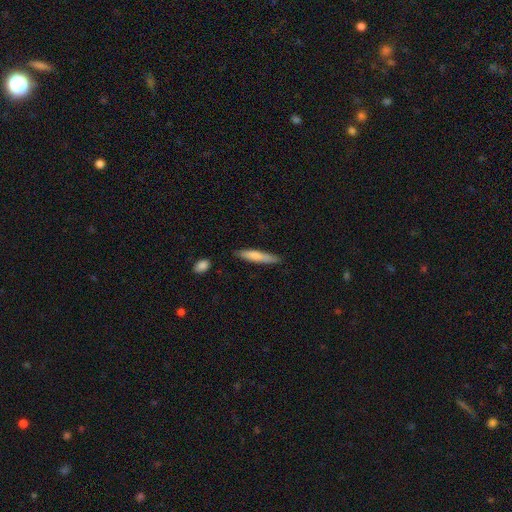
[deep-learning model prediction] Overall: smooth (74%). How rounded: cigar-shaped (88%). Merging: none (84%).